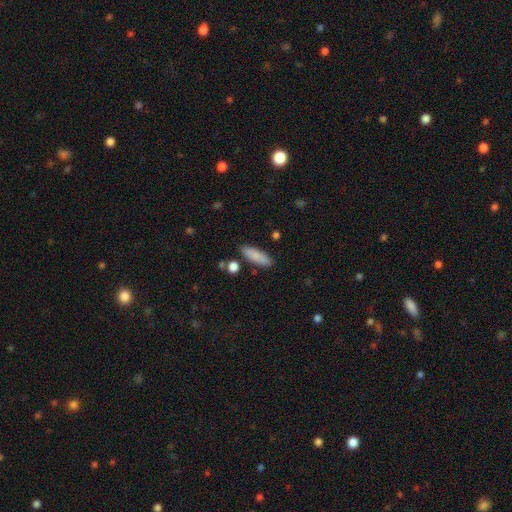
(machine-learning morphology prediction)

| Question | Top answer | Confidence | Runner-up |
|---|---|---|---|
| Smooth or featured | smooth | 86% | featured or disk (8%) |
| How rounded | in between | 57% | cigar-shaped (41%) |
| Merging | none | 83% | minor disturbance (11%) |